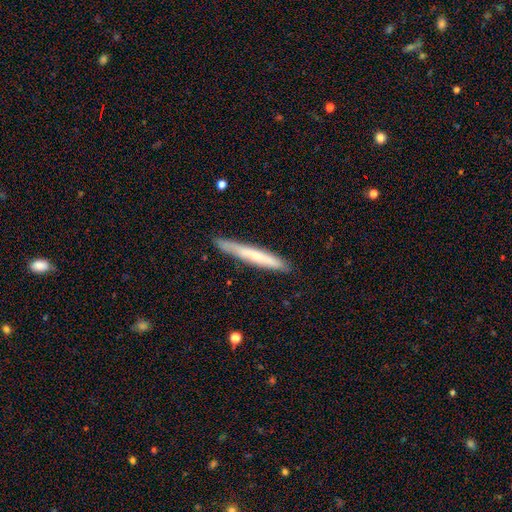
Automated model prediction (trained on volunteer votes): smooth_or_featured: smooth (p=0.56) [alt: featured or disk p=0.39]
how_rounded: cigar-shaped (p=0.96) [alt: in between p=0.03]
merging: none (p=0.85) [alt: minor disturbance p=0.11]